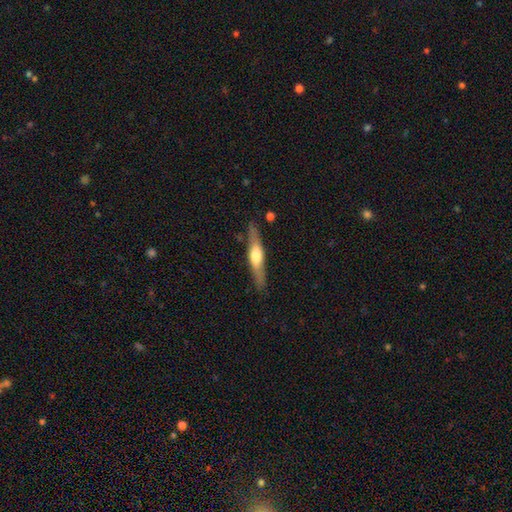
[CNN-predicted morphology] This is possibly a featured or disk galaxy (57%). It is clearly viewed edge-on (92%). Edge-on bulge: clearly rounded (87%). Merging: clearly none (84%).